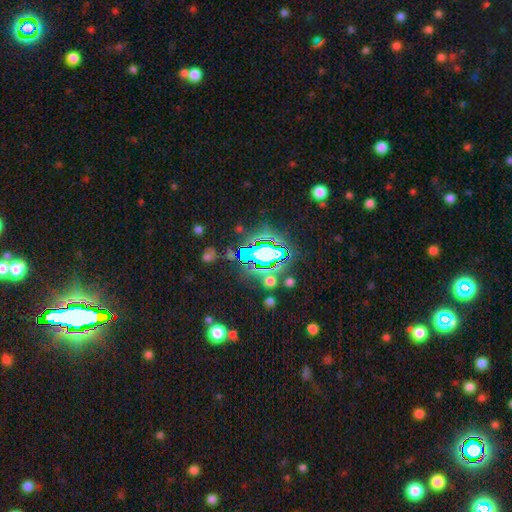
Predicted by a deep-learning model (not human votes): Smooth or featured?
  - star or artifact: 82% *
  - smooth: 10%
  - featured or disk: 8%